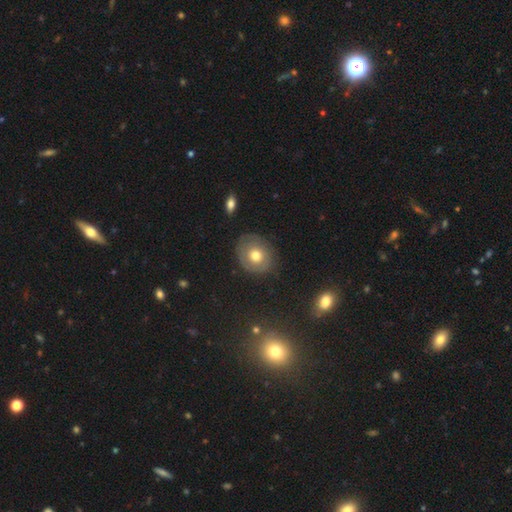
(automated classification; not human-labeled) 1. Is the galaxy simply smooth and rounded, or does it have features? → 56% smooth, 33% featured or disk, 10% star or artifact.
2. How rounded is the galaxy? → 64% round, 35% in between, 1% cigar-shaped.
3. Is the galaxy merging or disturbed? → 77% none, 17% minor disturbance, 5% major disturbance, 2% merger.